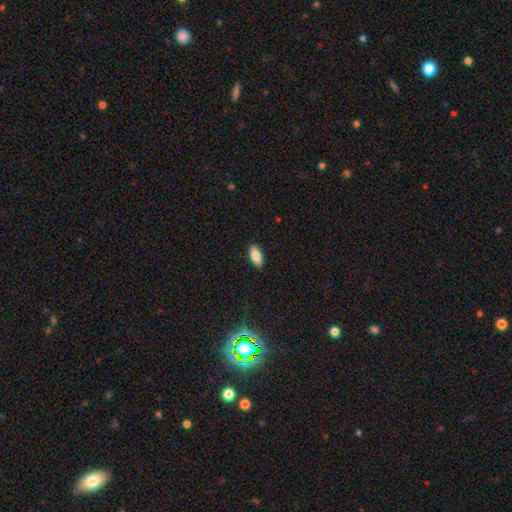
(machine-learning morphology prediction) A smooth galaxy with no disk features (84%) that is in between round and cigar-shaped (88%). Merging: none (90%).